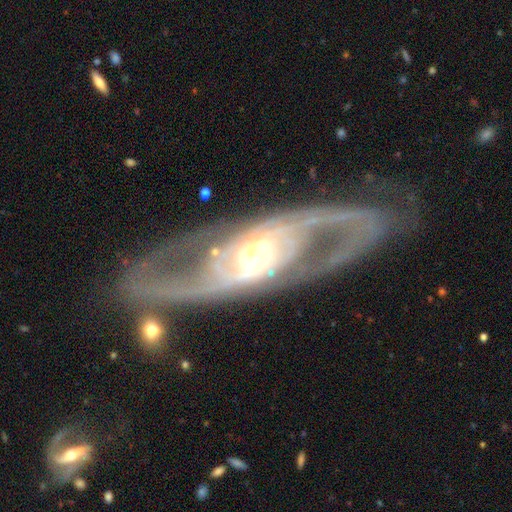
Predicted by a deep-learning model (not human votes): Overall: featured or disk (89%). Edge-on disk: no (89%). Bar: no (41%; weak 35%). Spiral arms: yes (92%). Spiral arm count: 2 (69%). Spiral winding: medium (43%; tight 35%). Bulge size: moderate (48%; small 43%). Merging: none (68%).